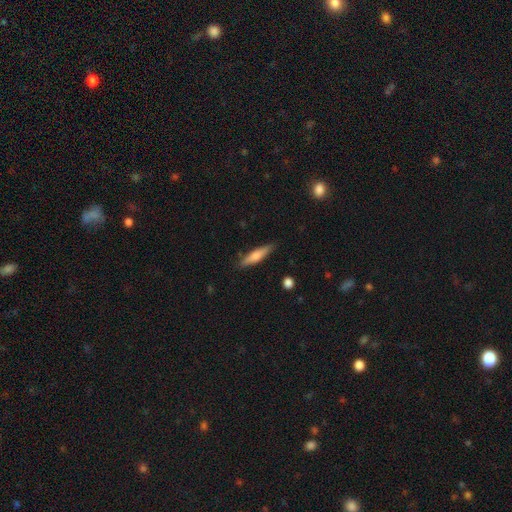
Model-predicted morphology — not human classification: The model was most divided on "smooth or featured": smooth: 60%, featured or disk: 34%, star or artifact: 6%. More confident: merging — none (86%); how rounded — cigar-shaped (80%).